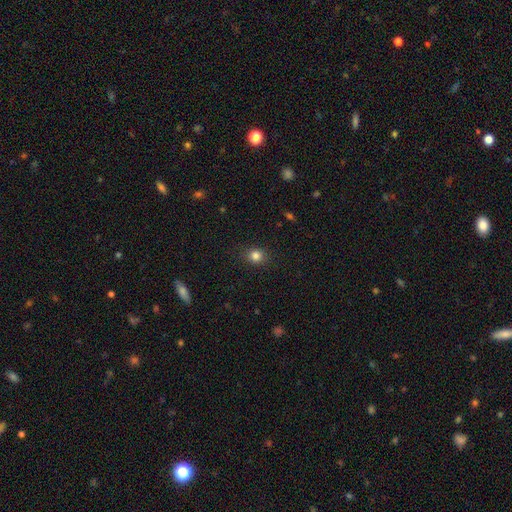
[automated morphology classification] Smooth or featured?
  - smooth: 82% *
  - star or artifact: 13%
  - featured or disk: 6%
How rounded?
  - round: 75% *
  - in between: 24%
  - cigar-shaped: 1%
Merging?
  - none: 88% *
  - minor disturbance: 9%
  - major disturbance: 3%
  - merger: 1%